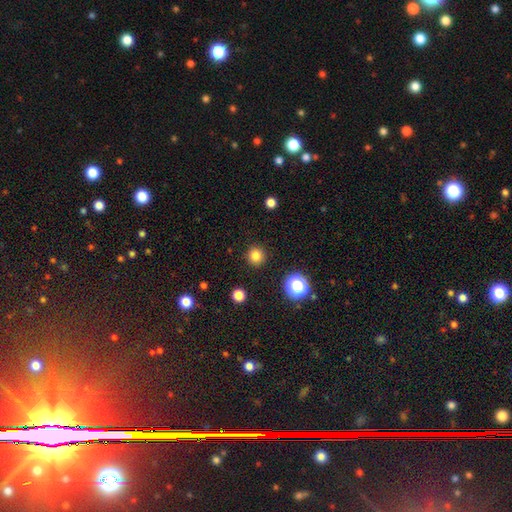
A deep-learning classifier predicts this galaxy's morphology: This is clearly a smooth galaxy (81%). How rounded: clearly round (95%). Merging: clearly none (92%).